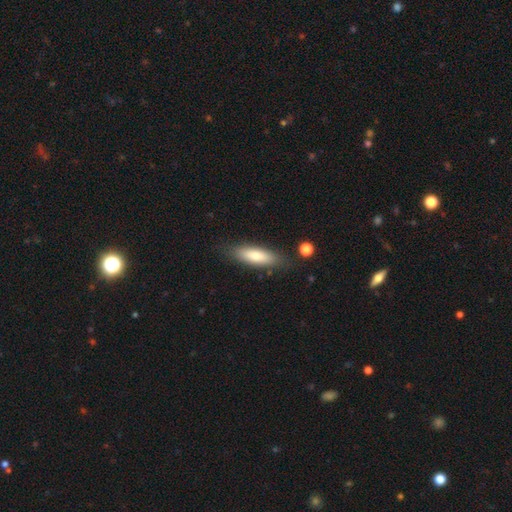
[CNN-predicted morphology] Q: Smooth or featured?
A: smooth (72%); runner-up: featured or disk (22%)
Q: How rounded?
A: cigar-shaped (53%); runner-up: in between (45%)
Q: Merging?
A: none (82%); runner-up: minor disturbance (13%)